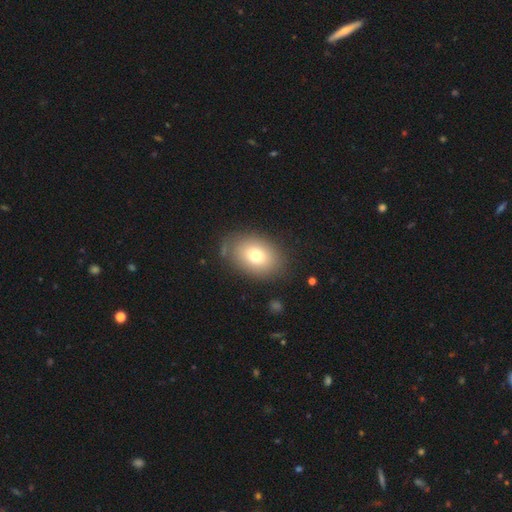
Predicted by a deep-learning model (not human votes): The model was most divided on "how rounded": in between: 78%, round: 20%, cigar-shaped: 1%. More confident: merging — none (80%); smooth or featured — smooth (75%).